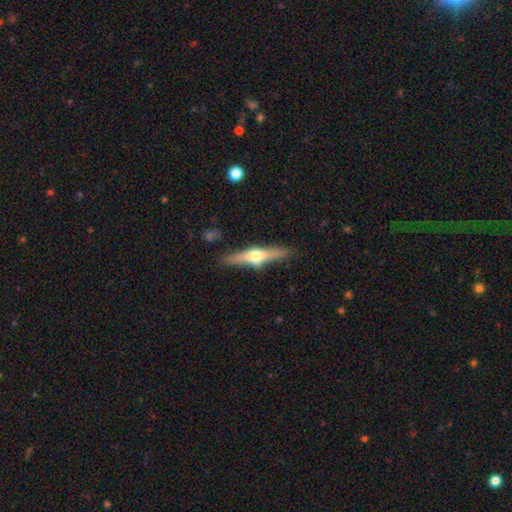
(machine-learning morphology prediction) A featured or disk galaxy (65%) viewed edge-on (96%) with a rounded central bulge (94%). Merging: none (86%).